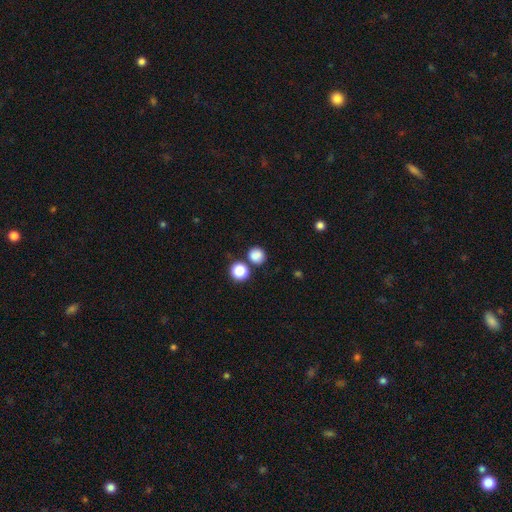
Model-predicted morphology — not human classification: Smooth or featured?
  - smooth: 83% *
  - star or artifact: 12%
  - featured or disk: 5%
How rounded?
  - round: 88% *
  - in between: 11%
  - cigar-shaped: 1%
Merging?
  - none: 72% *
  - merger: 15%
  - minor disturbance: 9%
  - major disturbance: 3%